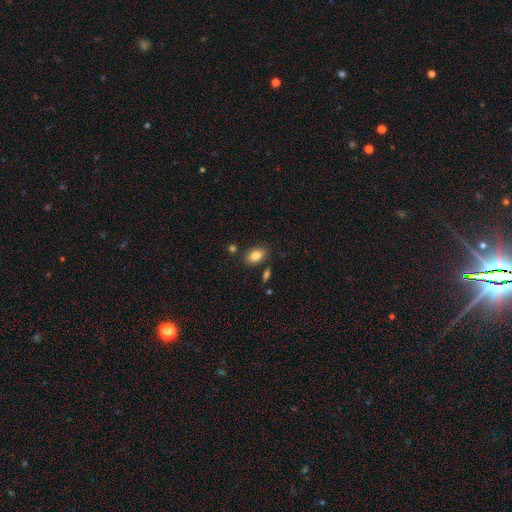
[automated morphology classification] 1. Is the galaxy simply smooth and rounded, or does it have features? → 82% smooth, 9% featured or disk, 8% star or artifact.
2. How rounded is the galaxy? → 88% in between, 10% round, 2% cigar-shaped.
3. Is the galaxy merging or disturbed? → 81% none, 11% minor disturbance, 6% merger, 3% major disturbance.